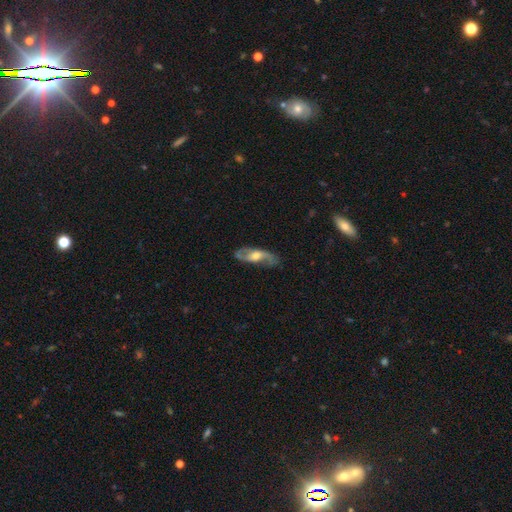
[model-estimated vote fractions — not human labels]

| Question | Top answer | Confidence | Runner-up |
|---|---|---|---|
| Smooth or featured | featured or disk | 71% | smooth (24%) |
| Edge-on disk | no | 81% | yes (19%) |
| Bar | no | 49% | weak (37%) |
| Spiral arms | yes | 85% | no (15%) |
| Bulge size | moderate | 64% | small (19%) |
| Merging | none | 71% | minor disturbance (19%) |